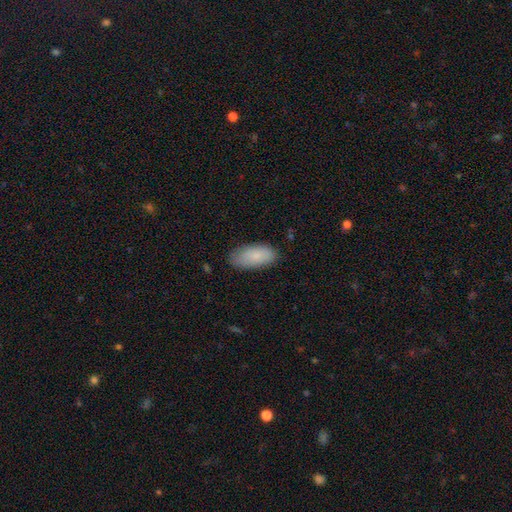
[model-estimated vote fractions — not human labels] Smooth or featured: smooth — 85% (featured or disk — 9%)
How rounded: in between — 90% (cigar-shaped — 8%)
Merging: none — 79% (minor disturbance — 17%)